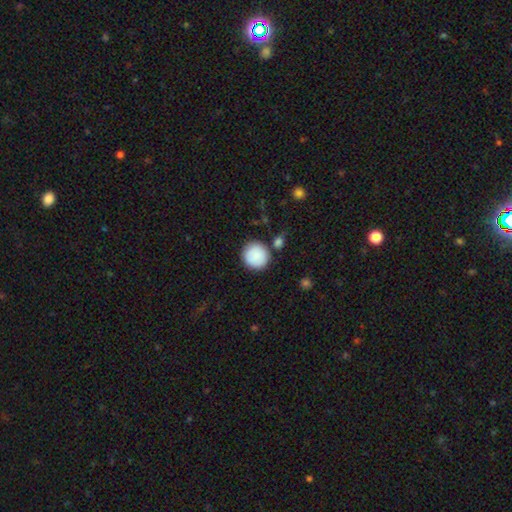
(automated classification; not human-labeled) A smooth galaxy with no disk features (89%) that is round (95%). Merging: none (84%).